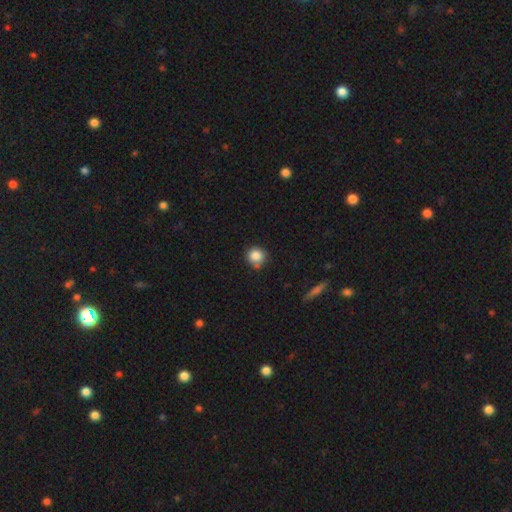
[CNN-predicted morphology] smooth-or-featured: smooth: 84% | star or artifact: 10% | featured or disk: 5%
  how-rounded: round: 89% | in between: 10% | cigar-shaped: 1%
  merging: none: 68% | minor disturbance: 22% | merger: 6% | major disturbance: 4%